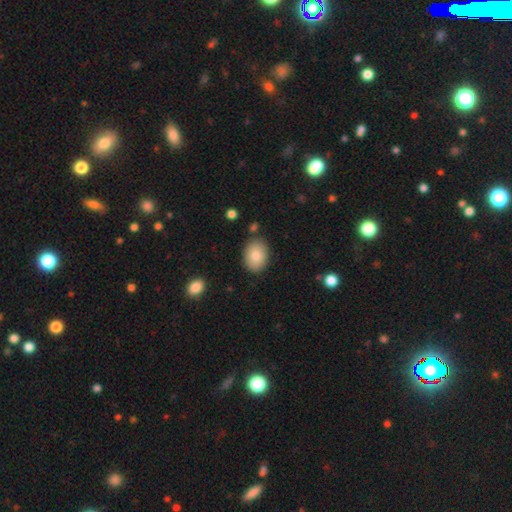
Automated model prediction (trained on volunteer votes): The model was most divided on "how rounded": in between: 75%, round: 24%, cigar-shaped: 1%. More confident: merging — none (84%); smooth or featured — smooth (82%).